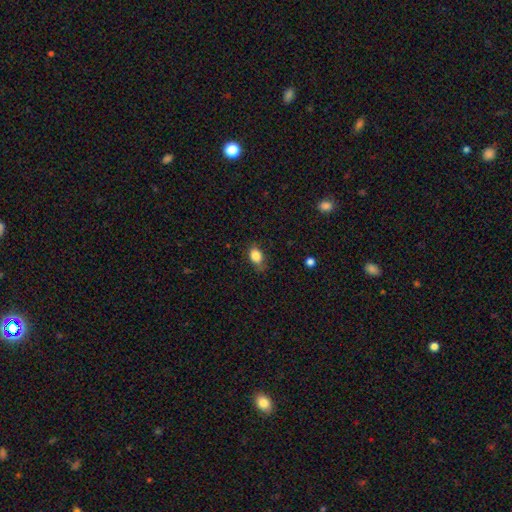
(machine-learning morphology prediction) Overall: smooth (85%). How rounded: in between (77%). Merging: none (70%).